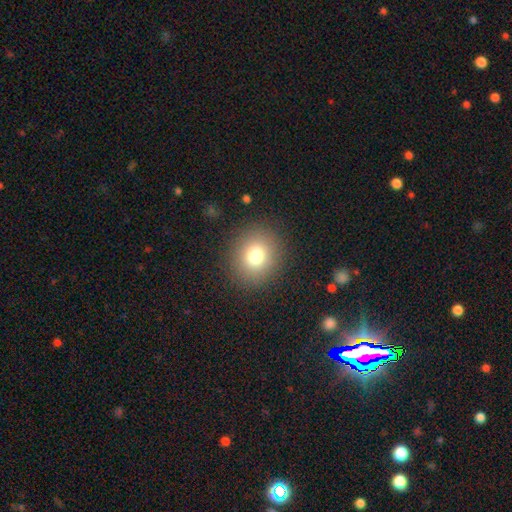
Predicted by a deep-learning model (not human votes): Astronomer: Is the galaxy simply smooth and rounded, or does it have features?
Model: smooth — 77%.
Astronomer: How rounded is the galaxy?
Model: round — 80%.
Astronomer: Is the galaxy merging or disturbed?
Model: none — 88%.